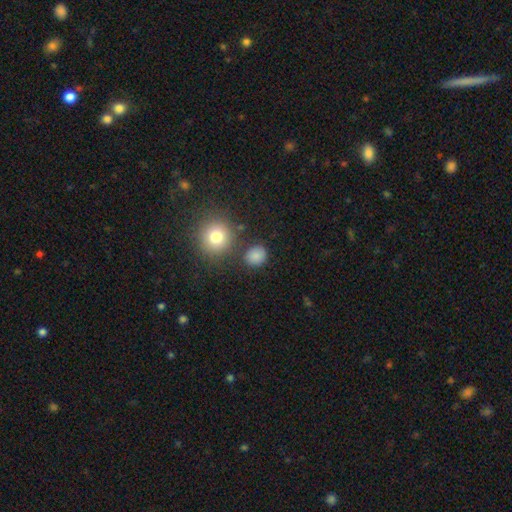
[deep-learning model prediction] Smooth or featured? smooth (83%)
How rounded? round (78%)
Merging? none (81%)